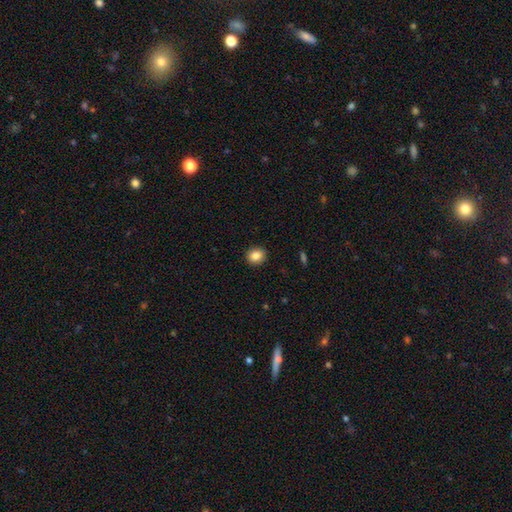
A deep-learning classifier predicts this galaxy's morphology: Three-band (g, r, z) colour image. It shows a smooth galaxy with no disk features (85%) that is round (82%). Merging: none (92%).